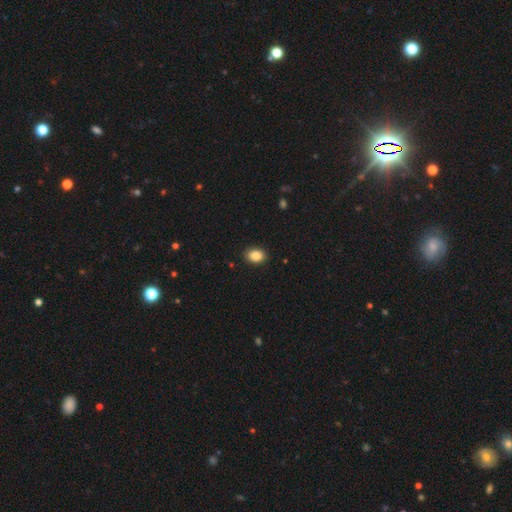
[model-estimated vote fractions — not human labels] Smooth or featured: smooth — 88% (star or artifact — 8%)
How rounded: in between — 67% (round — 32%)
Merging: none — 89% (minor disturbance — 8%)